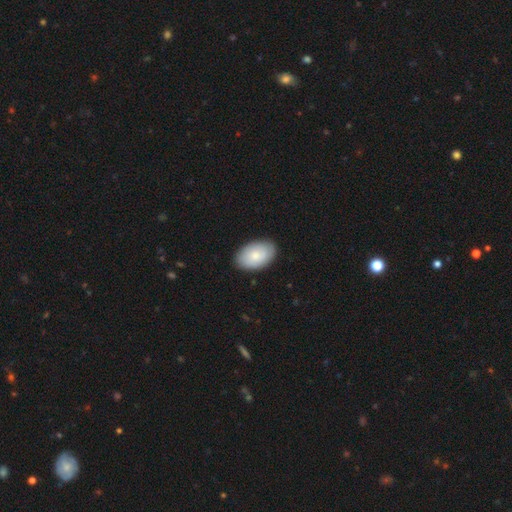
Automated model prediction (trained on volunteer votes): Smooth or featured? smooth (80%)
How rounded? in between (92%)
Merging? none (86%)